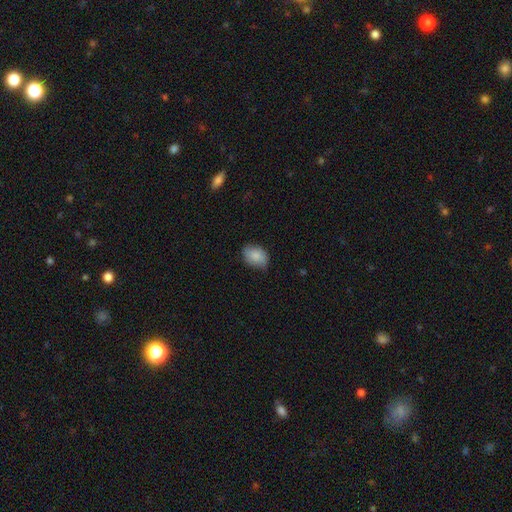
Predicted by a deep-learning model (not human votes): This is clearly a smooth galaxy (85%). How rounded: likely in between (75%). Merging: likely none (69%).